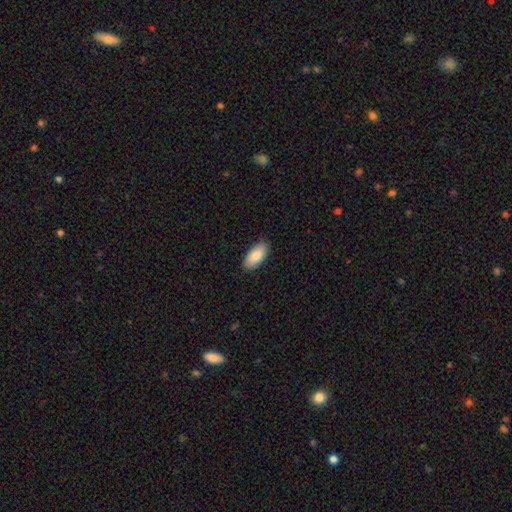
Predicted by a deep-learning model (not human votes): smooth 83%, featured or disk 11%, star or artifact 6%. Down the decision tree: how rounded — in between (93%); merging — none (86%).